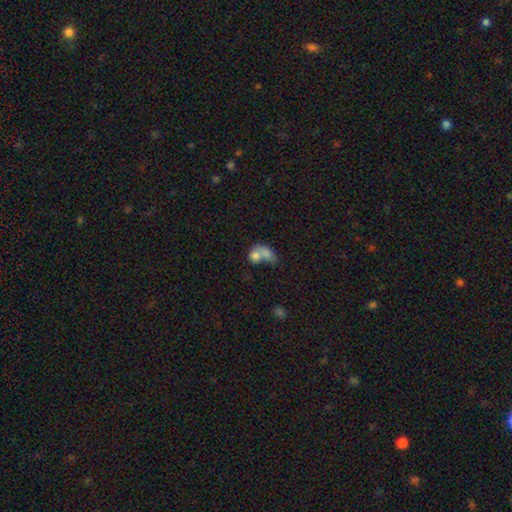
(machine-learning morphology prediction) Smooth or featured? smooth (69%)
How rounded? in between (56%)
Merging? merger (61%)